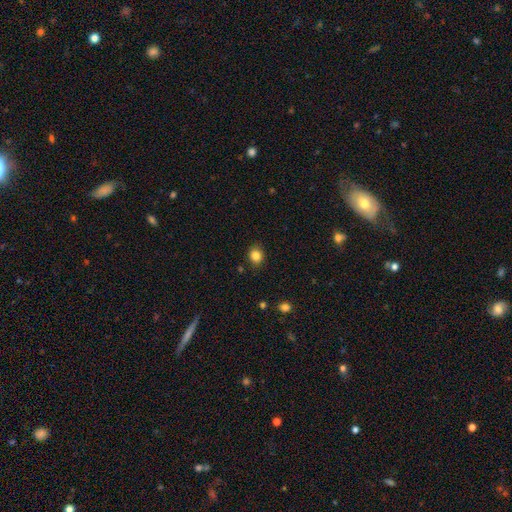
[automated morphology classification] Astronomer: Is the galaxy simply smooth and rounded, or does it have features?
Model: smooth — 84%.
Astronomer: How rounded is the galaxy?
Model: round — 70%.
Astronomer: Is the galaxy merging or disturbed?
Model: none — 87%.